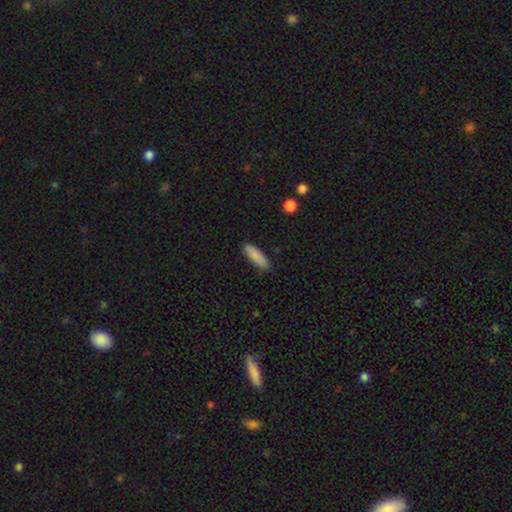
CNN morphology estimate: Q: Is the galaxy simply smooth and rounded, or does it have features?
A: smooth — 87%.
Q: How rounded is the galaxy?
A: cigar-shaped — 52%.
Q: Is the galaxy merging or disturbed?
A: none — 85%.